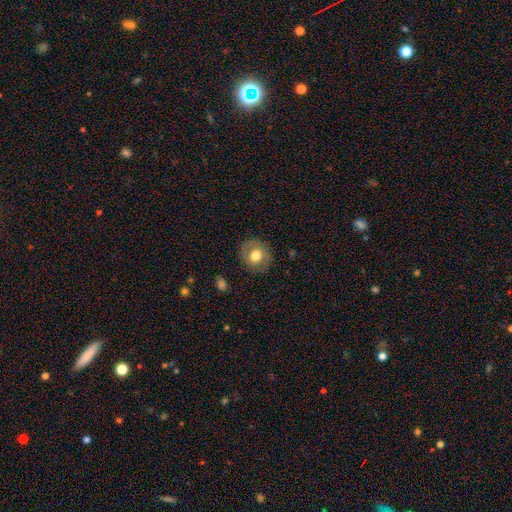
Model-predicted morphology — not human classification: Q: Smooth or featured?
A: smooth (67%); runner-up: featured or disk (24%)
Q: How rounded?
A: round (83%); runner-up: in between (16%)
Q: Merging?
A: none (84%); runner-up: minor disturbance (11%)